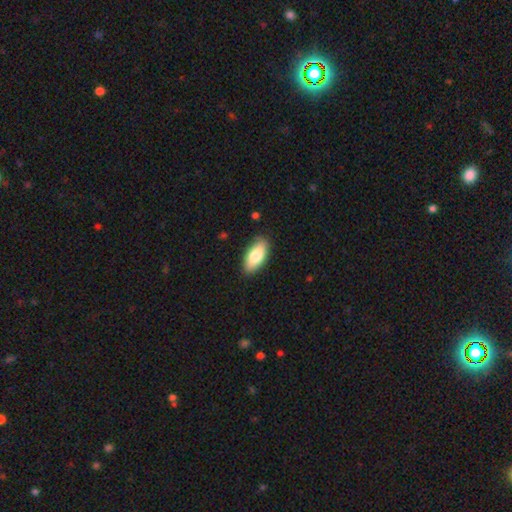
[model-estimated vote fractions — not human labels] Overall: smooth (80%). How rounded: in between (89%). Merging: none (86%).